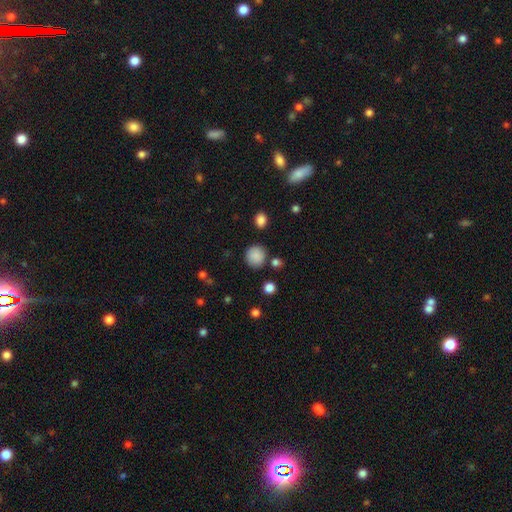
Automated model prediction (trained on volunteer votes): Smooth or featured? smooth (86%)
How rounded? round (89%)
Merging? none (84%)